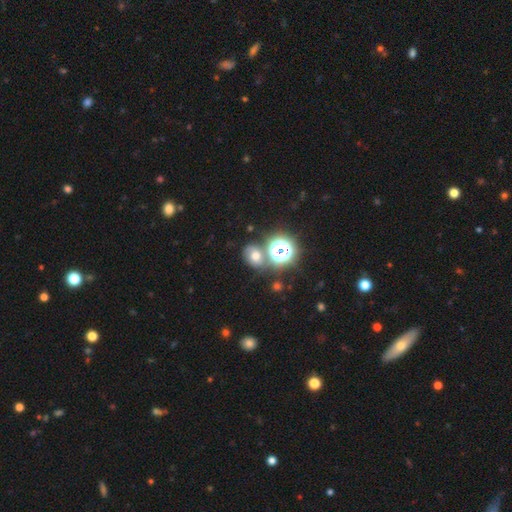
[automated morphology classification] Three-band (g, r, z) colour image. It shows a smooth galaxy with no disk features (57%) that is round (50%). Merging: none (63%).